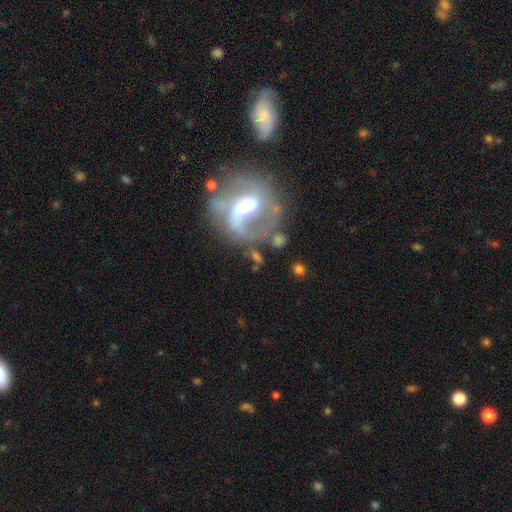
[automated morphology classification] Q: Smooth or featured?
A: featured or disk (67%); runner-up: smooth (23%)
Q: Edge-on disk?
A: no (96%); runner-up: yes (4%)
Q: Bar?
A: weak (43%); runner-up: no (30%)
Q: Spiral arms?
A: yes (69%); runner-up: no (31%)
Q: Bulge size?
A: moderate (60%); runner-up: large (19%)
Q: Merging?
A: none (48%); runner-up: major disturbance (24%)